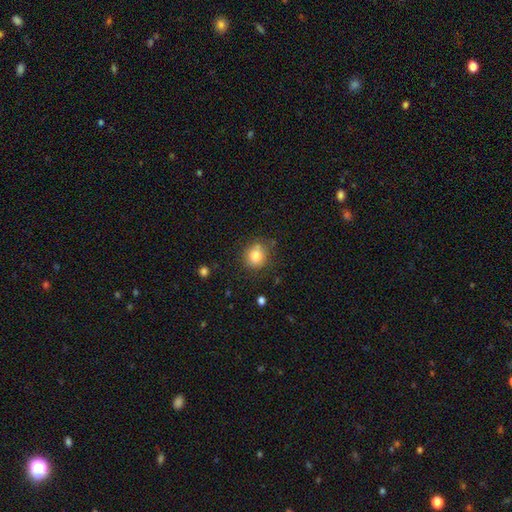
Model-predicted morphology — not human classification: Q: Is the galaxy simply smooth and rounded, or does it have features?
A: smooth — 81%.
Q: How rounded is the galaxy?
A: round — 81%.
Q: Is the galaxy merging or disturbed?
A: none — 73%.